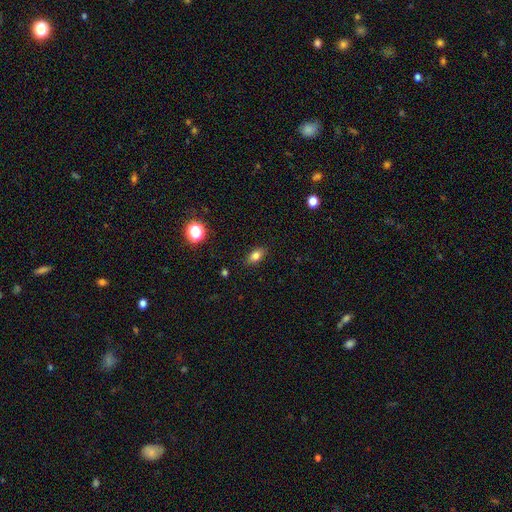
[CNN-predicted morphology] Smooth or featured? smooth (80%)
How rounded? in between (83%)
Merging? none (86%)